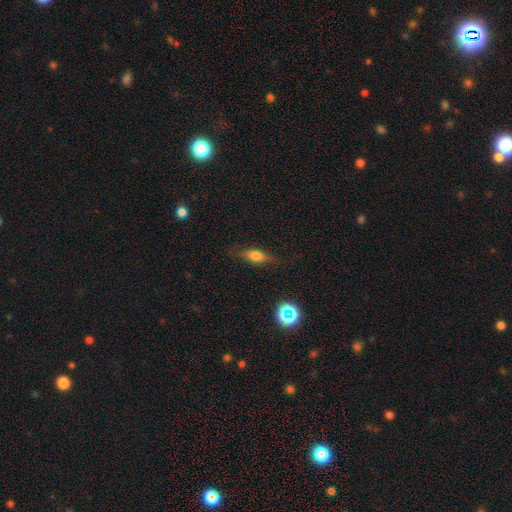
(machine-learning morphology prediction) A smooth galaxy with no disk features (60%) that is in between round and cigar-shaped (63%).

Vote fractions:
- Smooth or featured? smooth: 60% / featured or disk: 30% / star or artifact: 11%
- How rounded? in between: 63% / cigar-shaped: 29% / round: 9%
- Merging? none: 78% / minor disturbance: 16% / major disturbance: 5% / merger: 1%